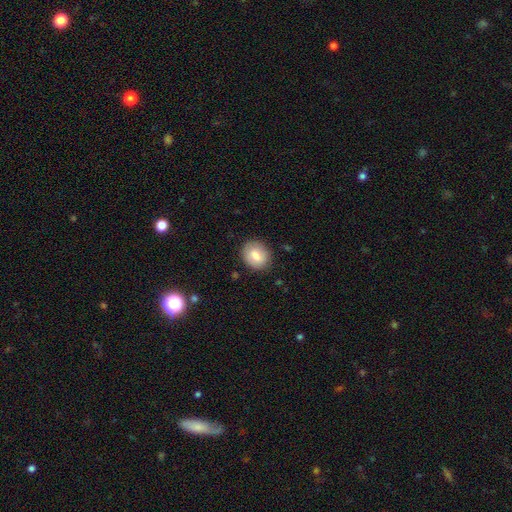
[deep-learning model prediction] This is likely a smooth galaxy (77%). How rounded: likely round (73%). Merging: clearly none (86%).